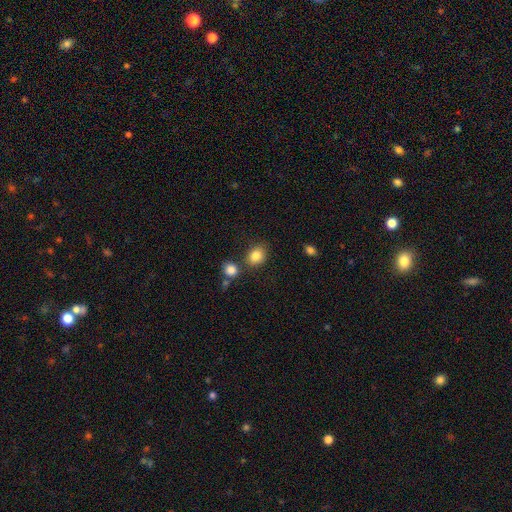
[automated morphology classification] This appears to be a smooth galaxy with no disk features (84%) that is in between round and cigar-shaped (51%). Merging: none (71%).